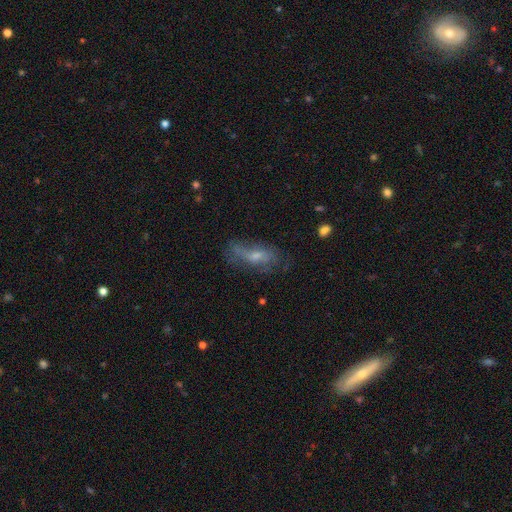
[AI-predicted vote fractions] The model was most divided on "smooth or featured": featured or disk: 52%, smooth: 39%, star or artifact: 9%. Remaining: edge-on disk — no (84%); merging — none (49%).